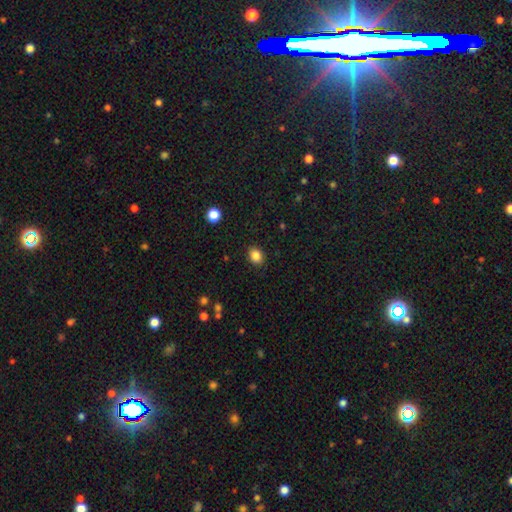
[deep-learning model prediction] A smooth galaxy with no disk features (86%) that is in between round and cigar-shaped (52%).

Vote fractions:
- Smooth or featured? smooth: 86% / star or artifact: 10% / featured or disk: 4%
- How rounded? in between: 52% / round: 47% / cigar-shaped: 1%
- Merging? none: 88% / minor disturbance: 8% / major disturbance: 2% / merger: 1%